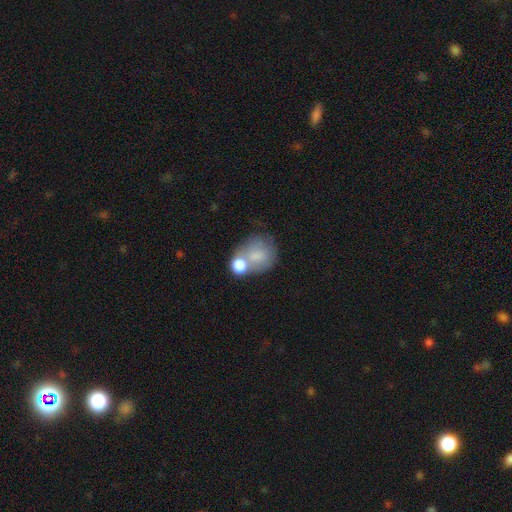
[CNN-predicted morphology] type=smooth (72%); roundness=round (67%); merging=merger (44%).